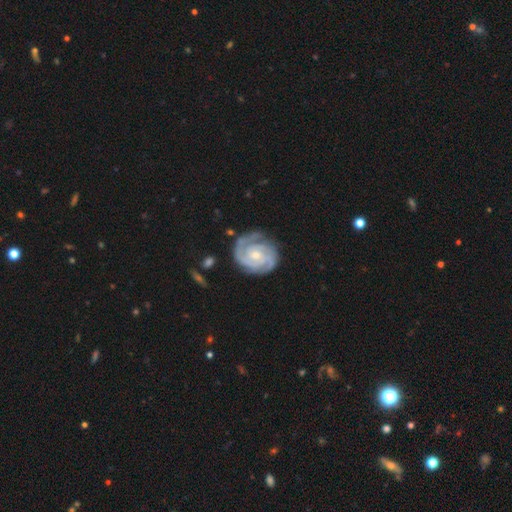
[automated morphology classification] The model was most divided on "spiral arm count": 3: 38%, 2: 31%, can't tell: 12%, 4: 9%, 1: 5%, more than 4: 5%. More confident: spiral arms — yes (98%); edge-on disk — no (98%); smooth or featured — featured or disk (90%); merging — none (76%); spiral winding — tight (76%); bar — no (65%); bulge size — small (52%).